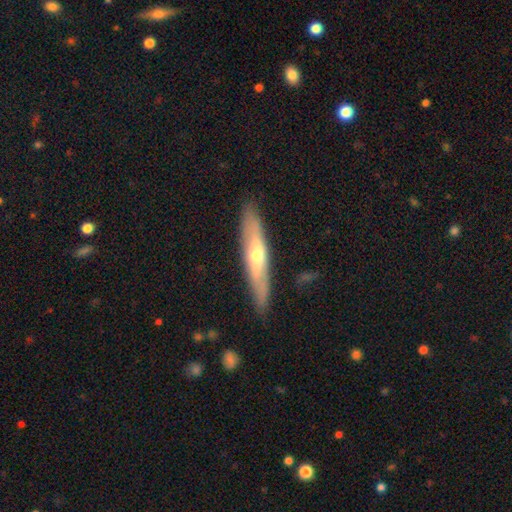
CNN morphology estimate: Overall: featured or disk (53%; smooth 41%). Edge-on disk: yes (74%). Merging: none (88%).